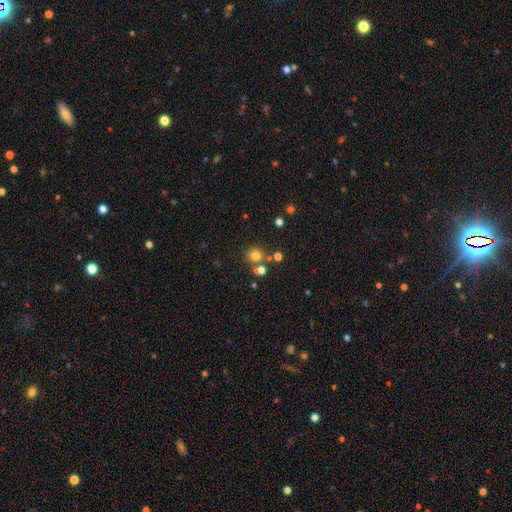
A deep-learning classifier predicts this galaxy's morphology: Q: Smooth or featured?
A: smooth (76%); runner-up: star or artifact (16%)
Q: How rounded?
A: round (88%); runner-up: in between (11%)
Q: Merging?
A: none (67%); runner-up: merger (20%)